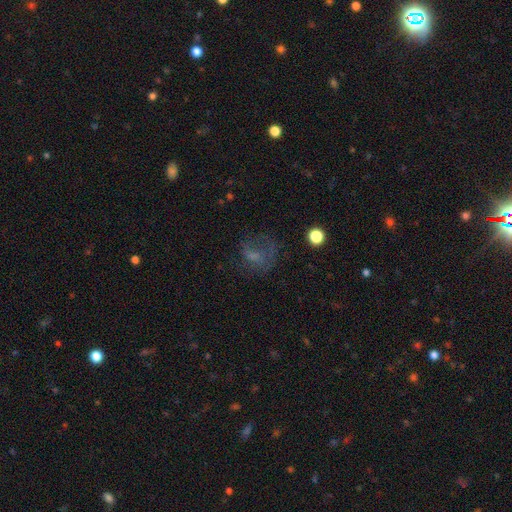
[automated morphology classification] smooth 43%, featured or disk 34%, star or artifact 23%. Down the decision tree: merging — none (43%).